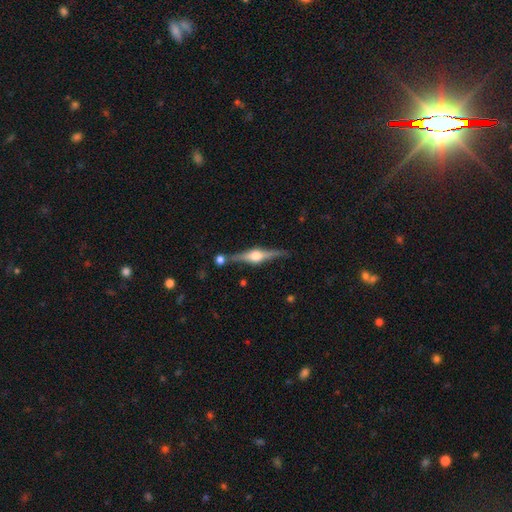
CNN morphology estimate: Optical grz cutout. It shows a featured or disk galaxy (84%) viewed edge-on (97%) with a rounded central bulge (94%). Merging: none (80%).